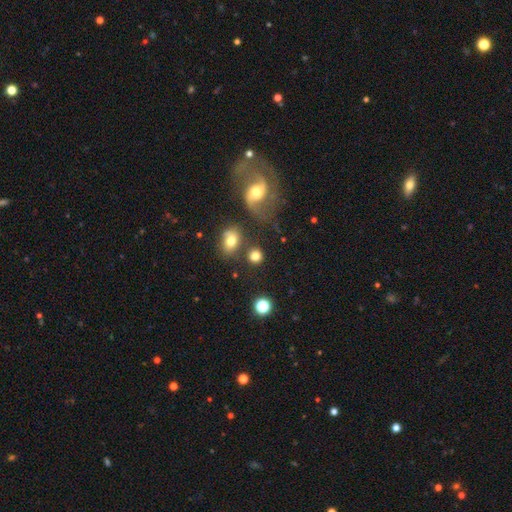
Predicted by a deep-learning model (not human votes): A smooth galaxy with no disk features (78%) that is round (81%). Merging: none (71%).